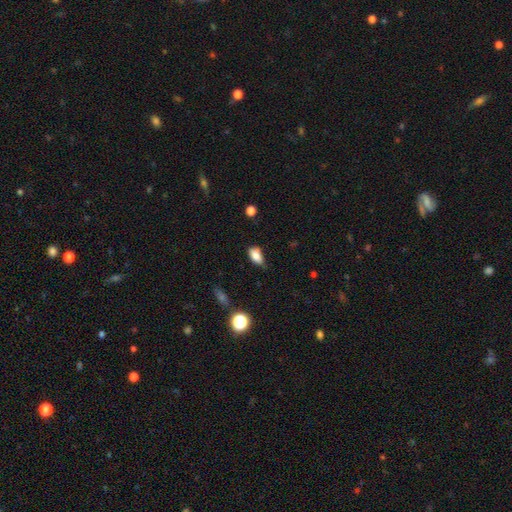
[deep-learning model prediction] This is clearly a smooth galaxy (83%). How rounded: clearly in between (89%). Merging: possibly none (56%).